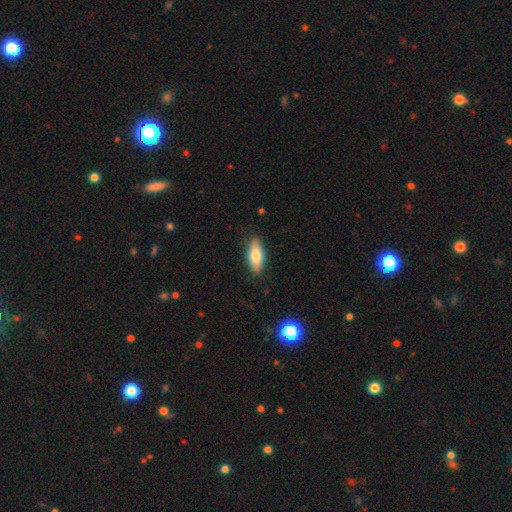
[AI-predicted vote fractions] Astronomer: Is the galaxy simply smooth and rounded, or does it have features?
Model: smooth — 73%.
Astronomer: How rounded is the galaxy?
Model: in between — 72%.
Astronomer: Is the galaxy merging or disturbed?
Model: none — 86%.